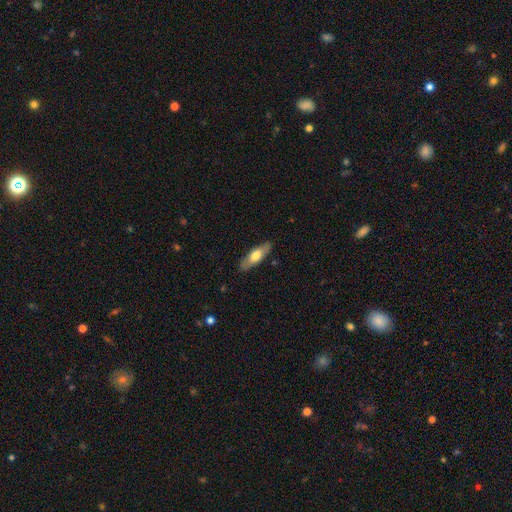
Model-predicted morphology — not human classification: A smooth galaxy with no disk features (59%) that is in between round and cigar-shaped (56%).

Vote fractions:
- Smooth or featured? smooth: 59% / featured or disk: 35% / star or artifact: 5%
- How rounded? in between: 56% / cigar-shaped: 41% / round: 2%
- Merging? none: 86% / minor disturbance: 11% / major disturbance: 2% / merger: 1%